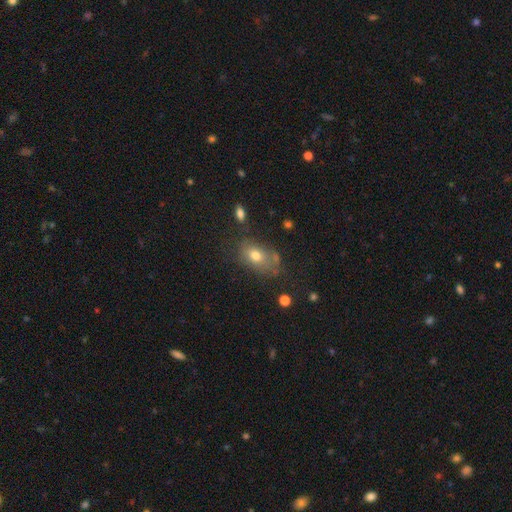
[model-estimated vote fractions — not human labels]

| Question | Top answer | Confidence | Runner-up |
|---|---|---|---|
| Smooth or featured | smooth | 73% | featured or disk (16%) |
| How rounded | in between | 82% | round (16%) |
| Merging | none | 58% | minor disturbance (23%) |